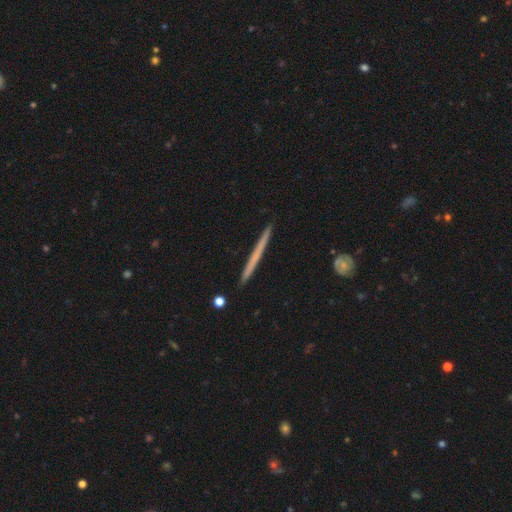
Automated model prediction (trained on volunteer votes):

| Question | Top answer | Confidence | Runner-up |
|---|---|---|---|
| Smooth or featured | smooth | 49% | featured or disk (45%) |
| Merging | none | 92% | minor disturbance (6%) |